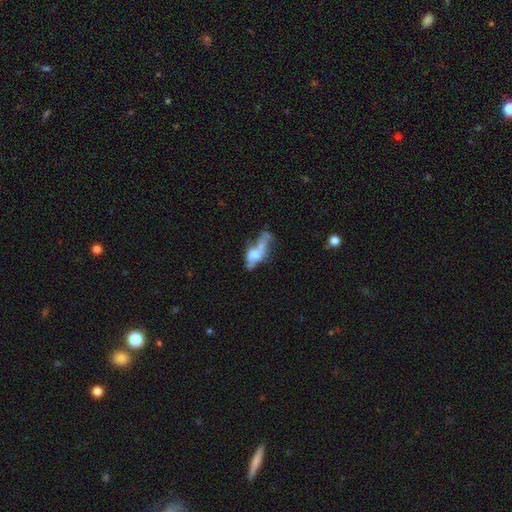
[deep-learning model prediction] smooth-or-featured: featured or disk: 49% | smooth: 38% | star or artifact: 13%
  merging: merger: 40% | major disturbance: 30% | none: 18% | minor disturbance: 12%